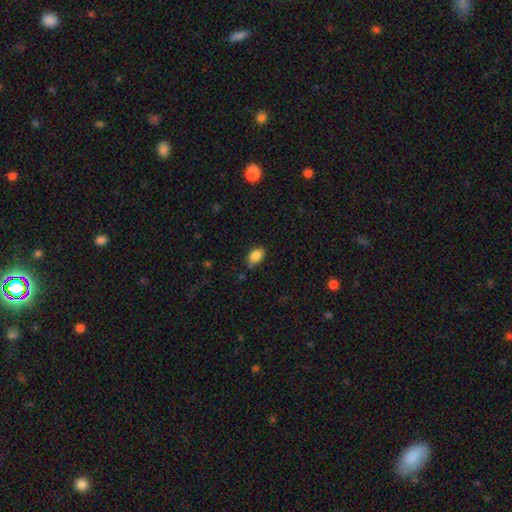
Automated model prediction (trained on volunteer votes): Smooth or featured? smooth (85%)
How rounded? in between (85%)
Merging? none (76%)